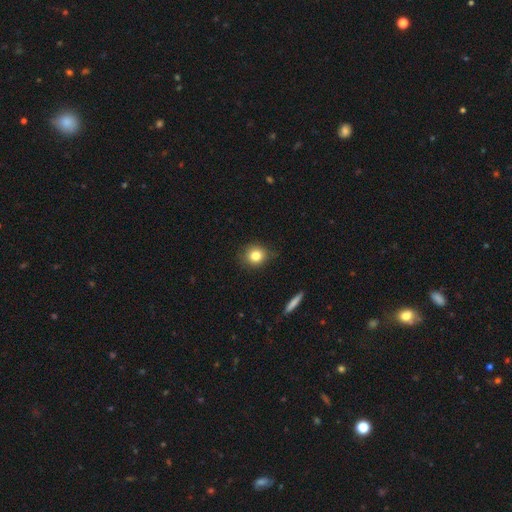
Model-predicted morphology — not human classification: Smooth or featured?
  - smooth: 81% *
  - star or artifact: 11%
  - featured or disk: 8%
How rounded?
  - round: 83% *
  - in between: 15%
  - cigar-shaped: 1%
Merging?
  - none: 83% *
  - minor disturbance: 13%
  - major disturbance: 3%
  - merger: 1%